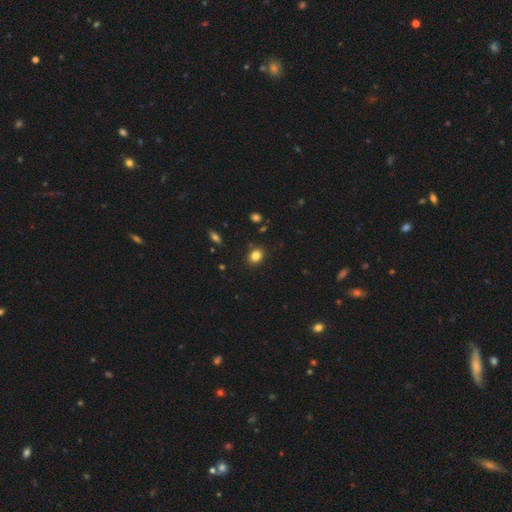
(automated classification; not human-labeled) Morphology: type=smooth (83%); roundness=in between (50%); merging=none (87%).